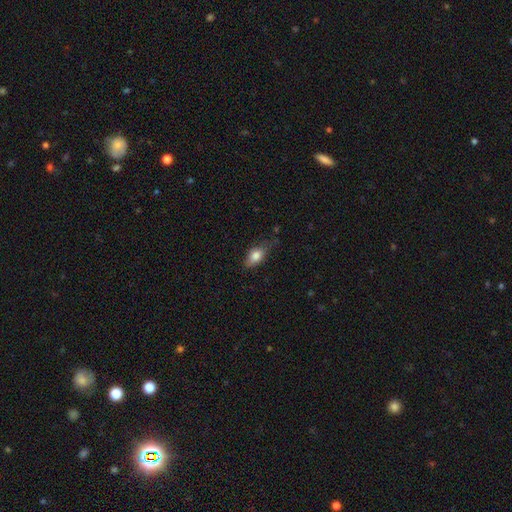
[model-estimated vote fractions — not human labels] A smooth galaxy with no disk features (80%) that is in between round and cigar-shaped (84%). Merging: none (60%).